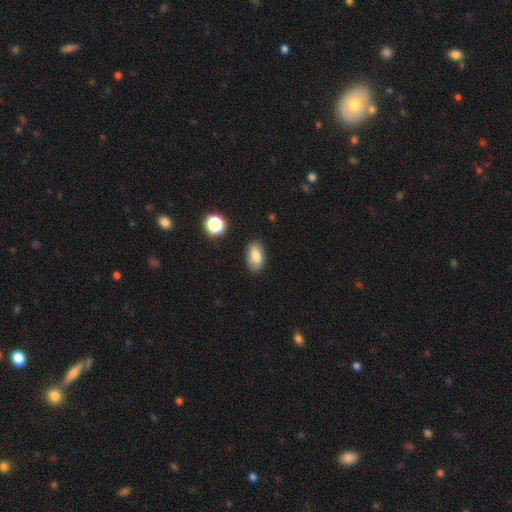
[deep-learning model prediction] smooth-or-featured: smooth: 81% | featured or disk: 10% | star or artifact: 9%
  how-rounded: in between: 91% | round: 6% | cigar-shaped: 4%
  merging: none: 82% | minor disturbance: 13% | major disturbance: 3% | merger: 2%